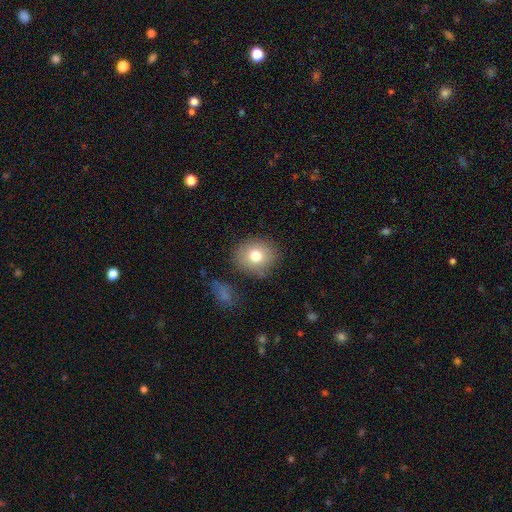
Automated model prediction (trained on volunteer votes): The model was most divided on "how rounded": round: 79%, in between: 20%, cigar-shaped: 1%. More confident: merging — none (82%); smooth or featured — smooth (76%).